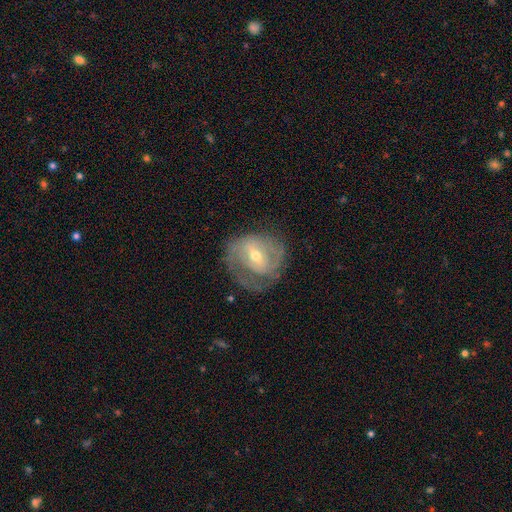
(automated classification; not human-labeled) A featured or disk galaxy (75%) with a weak bar (47%), 2 (49%) tight (50%) spiral arms (80%) and a moderate central bulge (53%). Merging: none (59%).